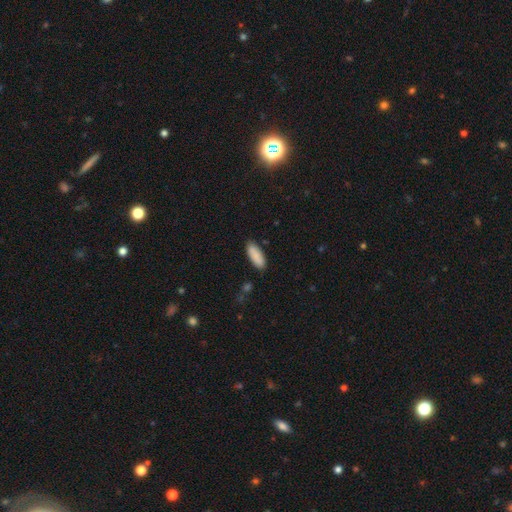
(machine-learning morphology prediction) smooth_or_featured: smooth (p=0.88) [alt: star or artifact p=0.06]
how_rounded: in between (p=0.78) [alt: cigar-shaped p=0.20]
merging: none (p=0.85) [alt: minor disturbance p=0.11]